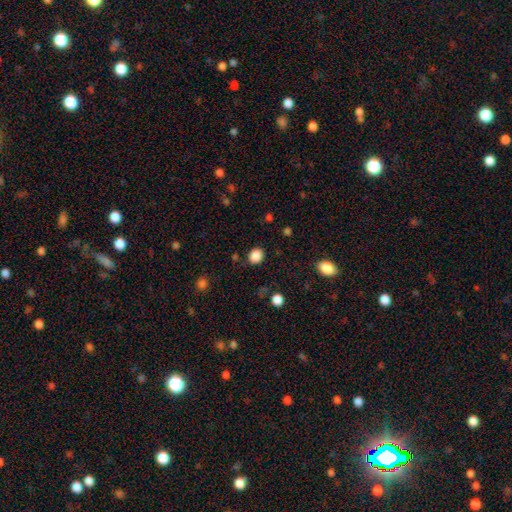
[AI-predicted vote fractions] This is clearly a smooth galaxy (86%). How rounded: likely round (68%). Merging: clearly none (87%).